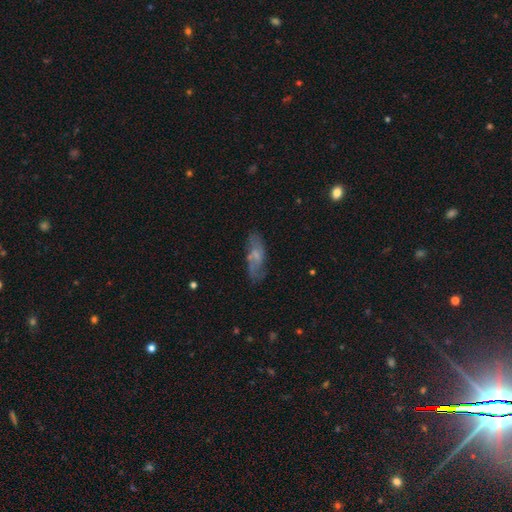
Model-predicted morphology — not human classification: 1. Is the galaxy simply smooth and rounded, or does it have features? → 51% featured or disk, 40% smooth, 9% star or artifact.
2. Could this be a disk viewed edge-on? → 84% no, 16% yes.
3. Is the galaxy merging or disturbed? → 65% none, 22% minor disturbance, 10% major disturbance, 4% merger.